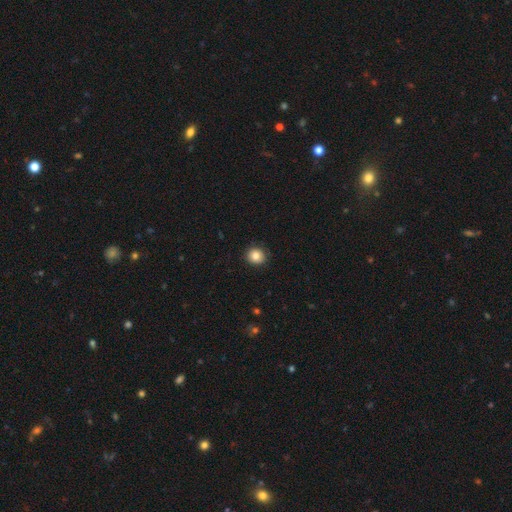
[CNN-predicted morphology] Smooth or featured? Predicted: smooth (p=0.82). How rounded? Predicted: round (p=0.88). Merging? Predicted: none (p=0.90).